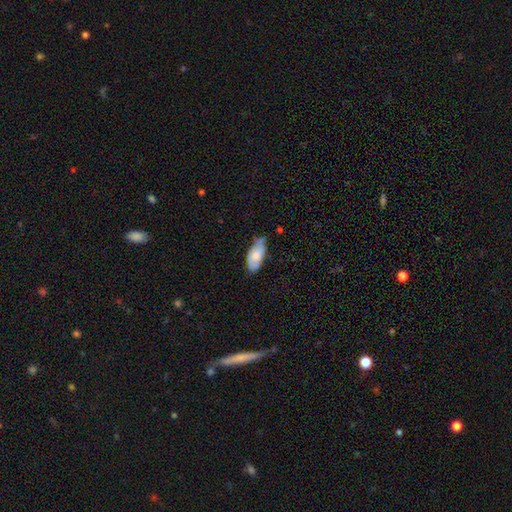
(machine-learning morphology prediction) Smooth or featured?
  - smooth: 70% *
  - featured or disk: 23%
  - star or artifact: 6%
How rounded?
  - in between: 89% *
  - cigar-shaped: 9%
  - round: 2%
Merging?
  - none: 49% *
  - minor disturbance: 39%
  - major disturbance: 8%
  - merger: 4%